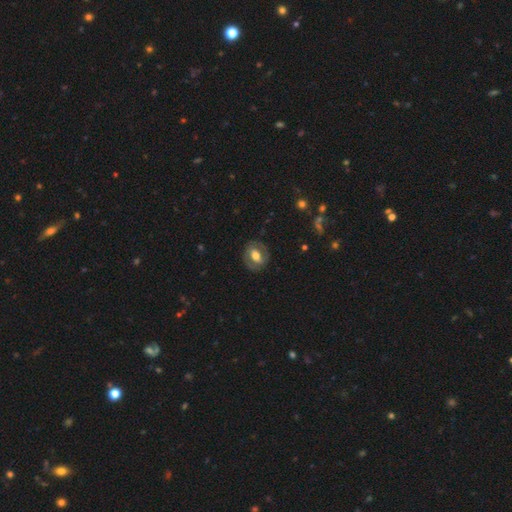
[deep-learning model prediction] The model was most divided on "spiral arms" (2-way tie): no: 50%, yes: 50%. Remaining: edge-on disk — no (94%); merging — none (80%); bulge size — moderate (62%); smooth or featured — featured or disk (58%); bar — weak (37%).